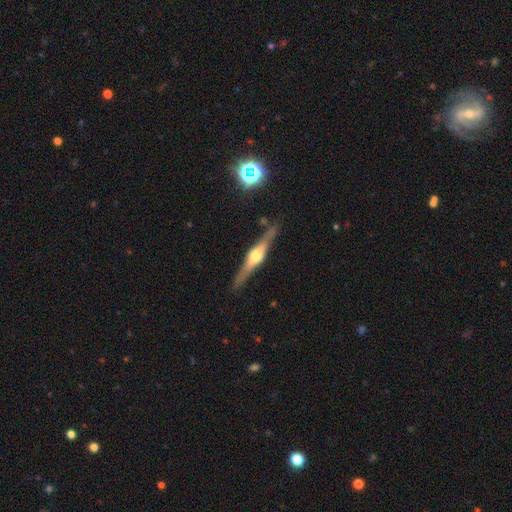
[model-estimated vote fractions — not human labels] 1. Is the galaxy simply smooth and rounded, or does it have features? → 75% featured or disk, 20% smooth, 5% star or artifact.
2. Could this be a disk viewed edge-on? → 97% yes, 3% no.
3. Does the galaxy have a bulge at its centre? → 91% rounded, 7% boxy, 3% none.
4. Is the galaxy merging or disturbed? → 86% none, 10% minor disturbance, 2% major disturbance, 2% merger.